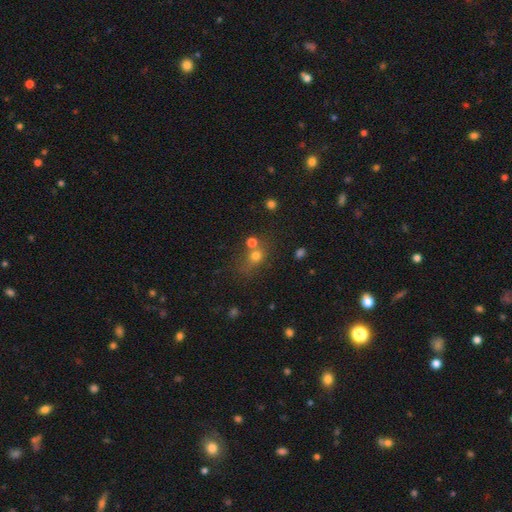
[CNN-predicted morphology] smooth-or-featured: smooth: 69% | star or artifact: 19% | featured or disk: 13%
  how-rounded: round: 67% | in between: 31% | cigar-shaped: 2%
  merging: none: 51% | merger: 30% | minor disturbance: 12% | major disturbance: 7%